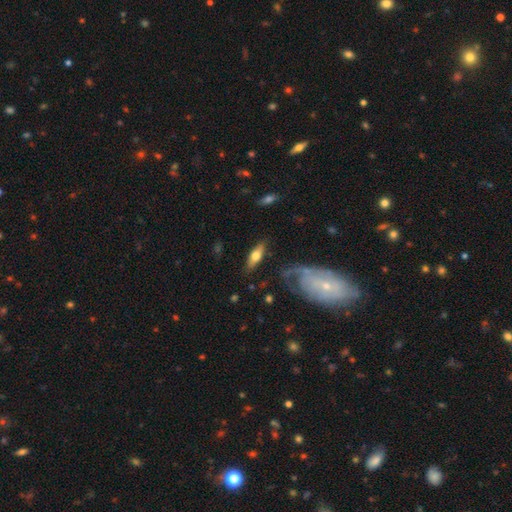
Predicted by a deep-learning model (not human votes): A smooth galaxy with no disk features (54%) that is in between round and cigar-shaped (63%).

Vote fractions:
- Smooth or featured? smooth: 54% / featured or disk: 40% / star or artifact: 6%
- How rounded? in between: 63% / cigar-shaped: 34% / round: 3%
- Merging? none: 78% / minor disturbance: 14% / major disturbance: 5% / merger: 3%